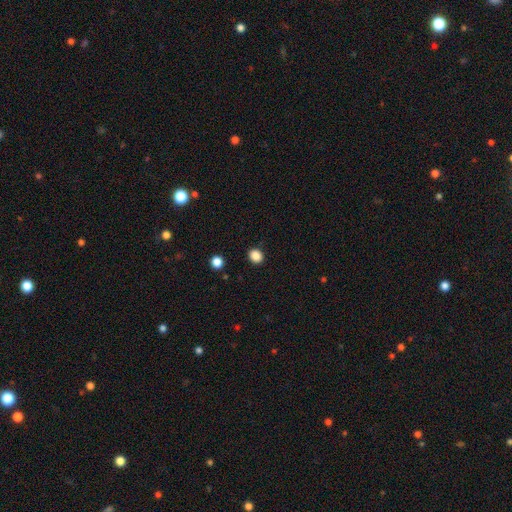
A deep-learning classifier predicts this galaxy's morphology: smooth_or_featured: smooth (p=0.87) [alt: star or artifact p=0.11]
how_rounded: round (p=0.65) [alt: in between p=0.34]
merging: none (p=0.90) [alt: minor disturbance p=0.06]